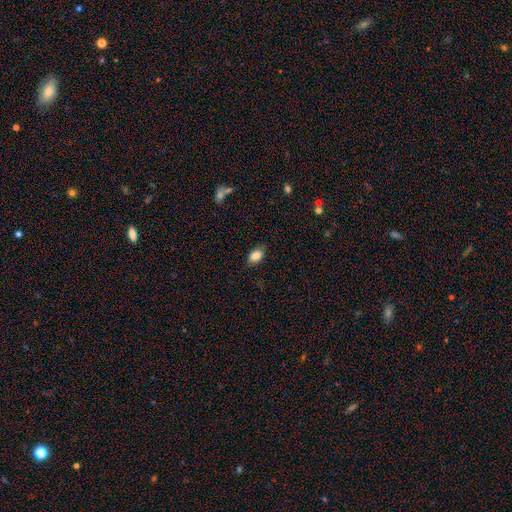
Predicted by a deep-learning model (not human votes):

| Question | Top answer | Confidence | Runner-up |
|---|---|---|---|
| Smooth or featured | smooth | 84% | star or artifact (8%) |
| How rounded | in between | 88% | round (9%) |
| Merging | none | 83% | minor disturbance (13%) |